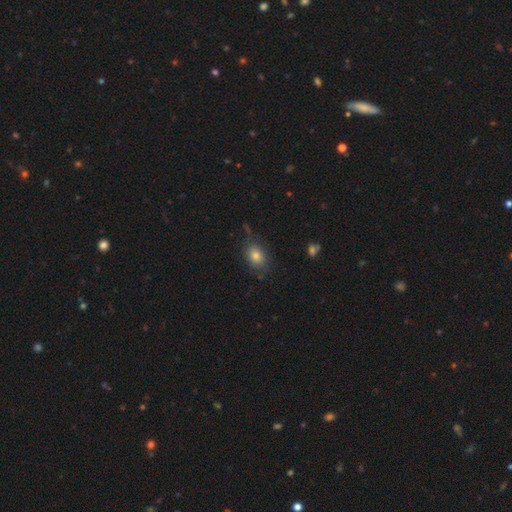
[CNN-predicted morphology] type=smooth (80%); roundness=in between (69%); merging=none (73%).